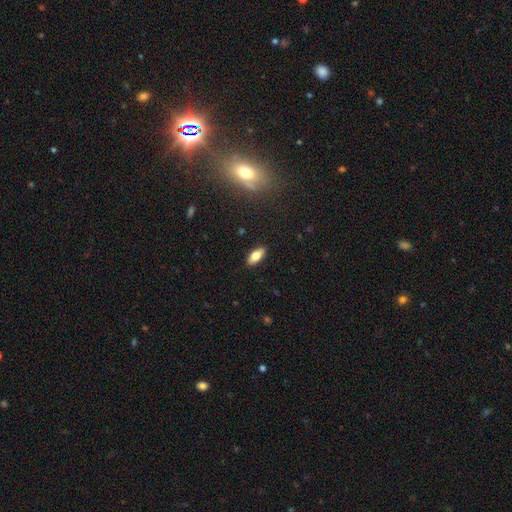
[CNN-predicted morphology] type=smooth (75%); roundness=in between (84%); merging=none (89%).